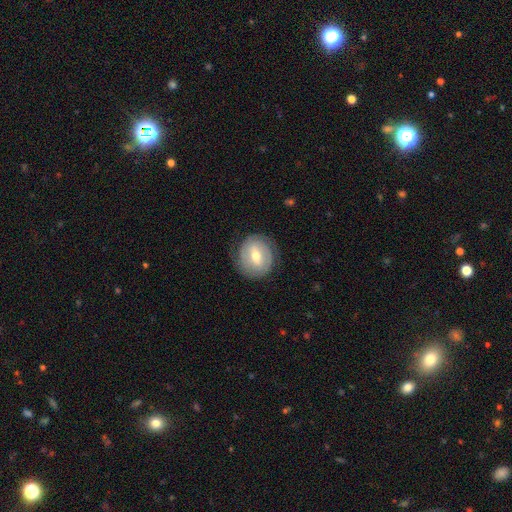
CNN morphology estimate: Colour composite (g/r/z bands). It shows a featured or disk galaxy (59%) with a weak bar (49%), spiral arms (66%) and a moderate central bulge (70%). Merging: none (79%).